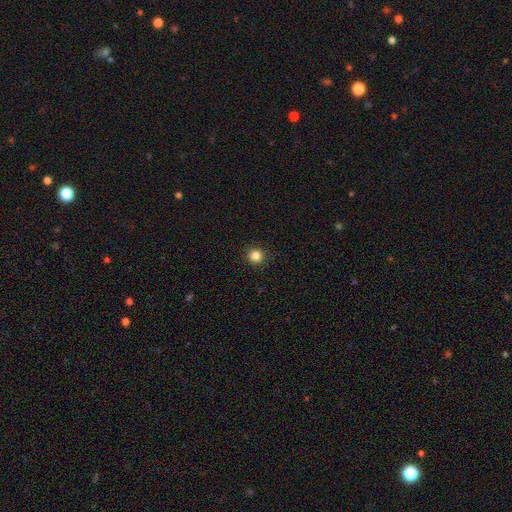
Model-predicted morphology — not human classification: smooth_or_featured: smooth (p=0.85) [alt: star or artifact p=0.12]
how_rounded: round (p=0.94) [alt: in between p=0.05]
merging: none (p=0.91) [alt: minor disturbance p=0.06]